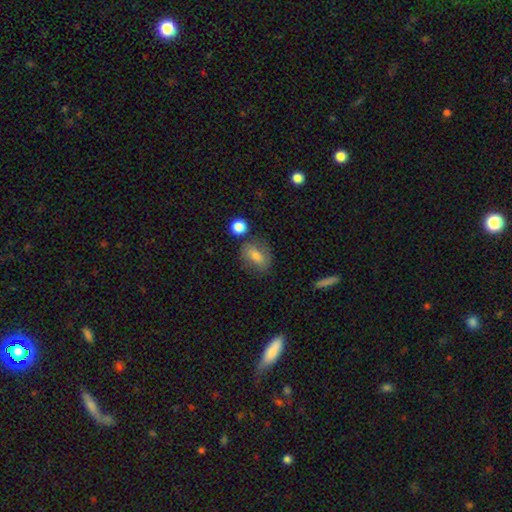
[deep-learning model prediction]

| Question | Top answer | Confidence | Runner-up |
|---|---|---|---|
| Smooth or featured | smooth | 69% | featured or disk (21%) |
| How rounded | in between | 71% | round (26%) |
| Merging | none | 68% | minor disturbance (19%) |